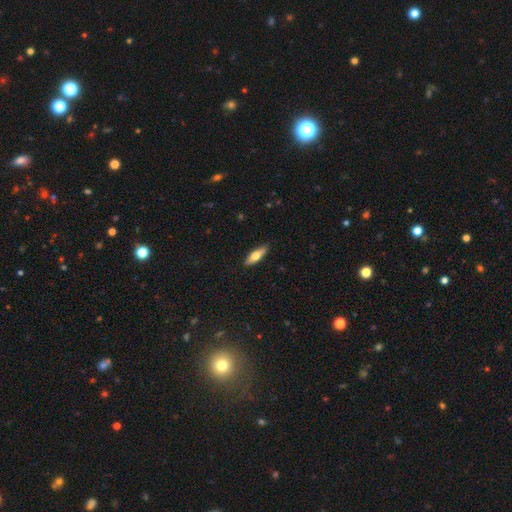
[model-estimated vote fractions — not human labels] Smooth or featured?
  - smooth: 56% *
  - featured or disk: 38%
  - star or artifact: 6%
How rounded?
  - cigar-shaped: 55% *
  - in between: 43%
  - round: 2%
Merging?
  - none: 88% *
  - minor disturbance: 9%
  - major disturbance: 2%
  - merger: 1%